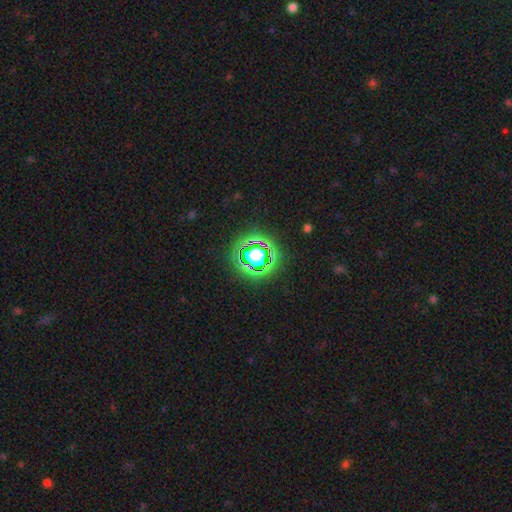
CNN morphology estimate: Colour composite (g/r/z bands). It shows a star or artifact, not a galaxy (57%).